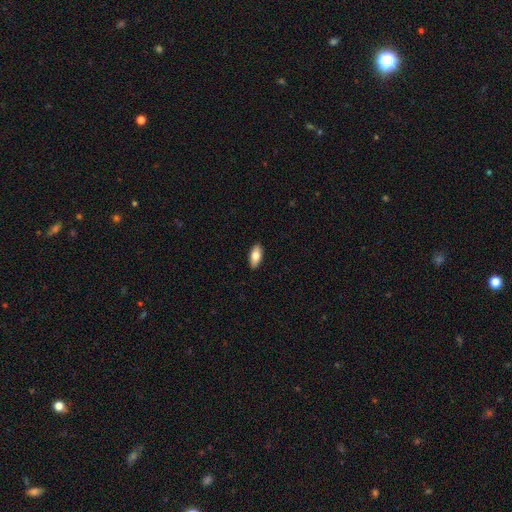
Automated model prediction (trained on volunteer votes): Smooth or featured? smooth (78%)
How rounded? in between (87%)
Merging? none (90%)